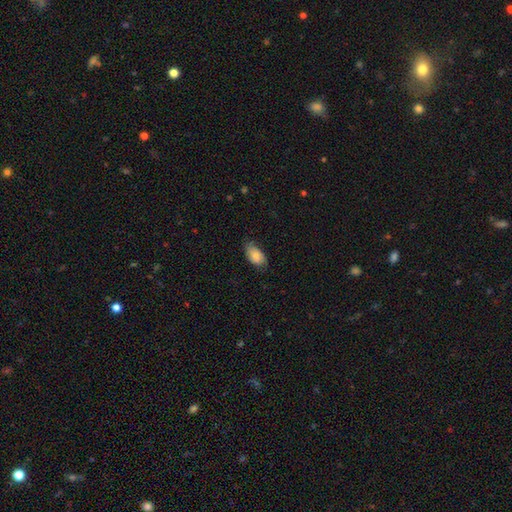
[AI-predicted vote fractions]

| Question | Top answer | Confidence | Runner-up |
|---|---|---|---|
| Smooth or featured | smooth | 84% | featured or disk (9%) |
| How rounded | in between | 93% | round (5%) |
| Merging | none | 66% | minor disturbance (28%) |